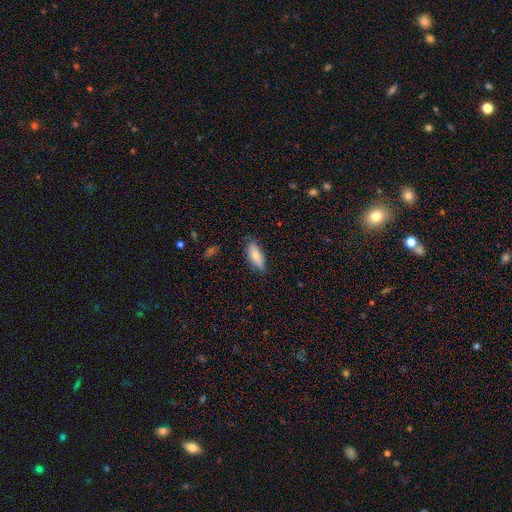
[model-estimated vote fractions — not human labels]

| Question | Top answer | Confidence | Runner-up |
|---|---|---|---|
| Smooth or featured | smooth | 75% | featured or disk (18%) |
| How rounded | in between | 79% | cigar-shaped (19%) |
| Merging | none | 77% | minor disturbance (19%) |